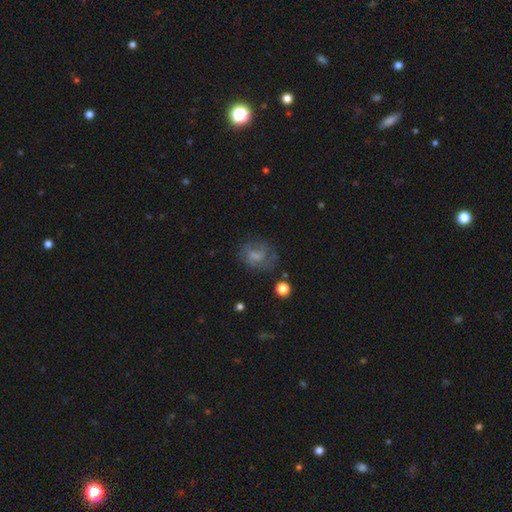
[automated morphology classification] smooth-or-featured: smooth: 46% | featured or disk: 41% | star or artifact: 13%
  merging: none: 56% | minor disturbance: 22% | major disturbance: 19% | merger: 3%